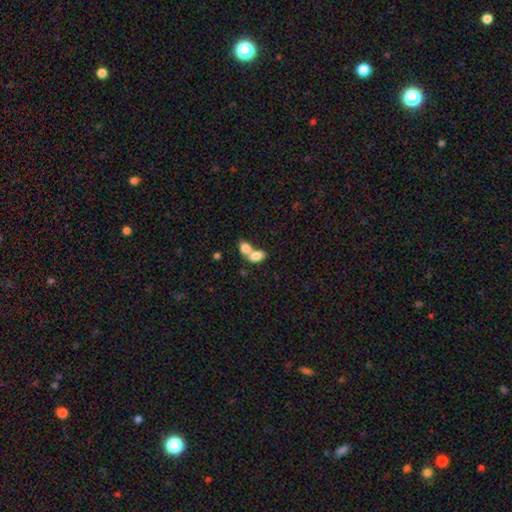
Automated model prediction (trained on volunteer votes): smooth_or_featured: smooth (p=0.79) [alt: featured or disk p=0.13]
how_rounded: in between (p=0.81) [alt: round p=0.17]
merging: merger (p=0.72) [alt: none p=0.19]